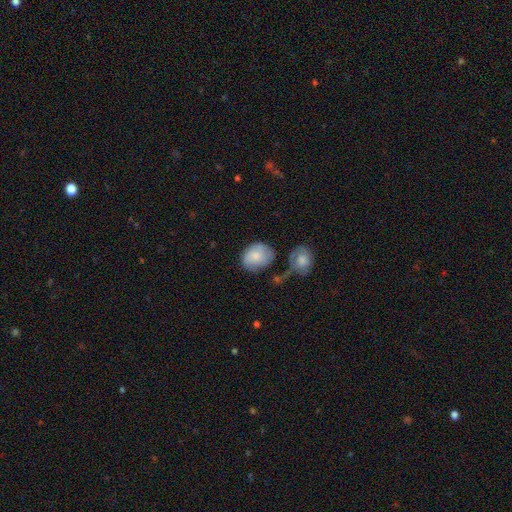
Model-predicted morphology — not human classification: This appears to be a smooth galaxy with no disk features (70%) that is round (53%). Merging: none (50%).